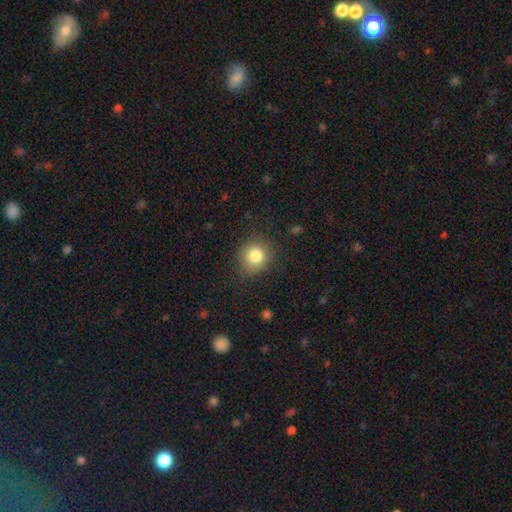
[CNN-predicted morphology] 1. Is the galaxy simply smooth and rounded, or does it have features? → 82% smooth, 11% star or artifact, 7% featured or disk.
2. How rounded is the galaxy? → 86% round, 13% in between, 1% cigar-shaped.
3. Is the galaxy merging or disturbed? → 82% none, 12% minor disturbance, 4% major disturbance, 1% merger.